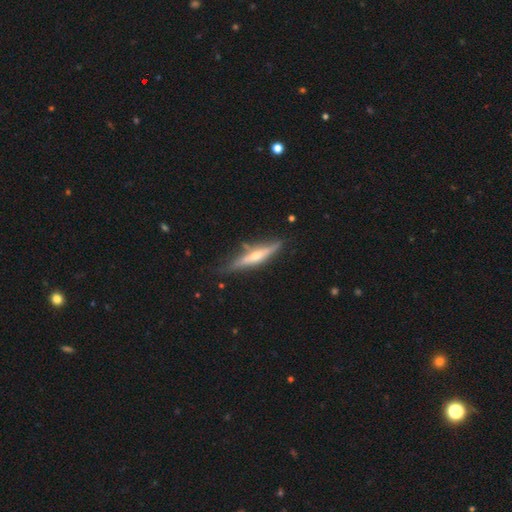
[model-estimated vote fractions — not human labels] Morphology: type=featured or disk (67%); edge-on=yes (94%); edge-on bulge=rounded (80%); merging=none (74%).